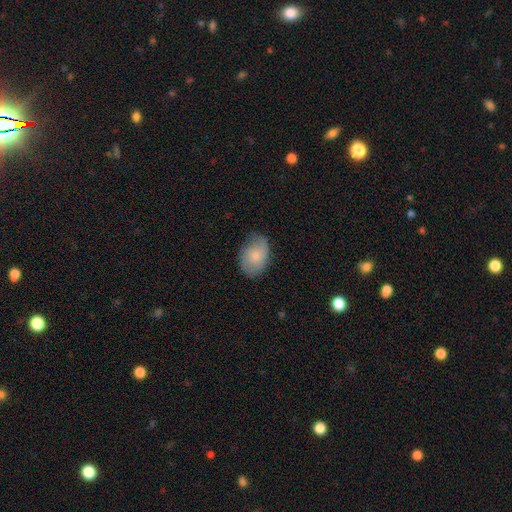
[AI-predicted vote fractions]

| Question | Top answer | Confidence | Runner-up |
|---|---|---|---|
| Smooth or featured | smooth | 67% | featured or disk (26%) |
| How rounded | in between | 79% | round (20%) |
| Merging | none | 69% | minor disturbance (25%) |